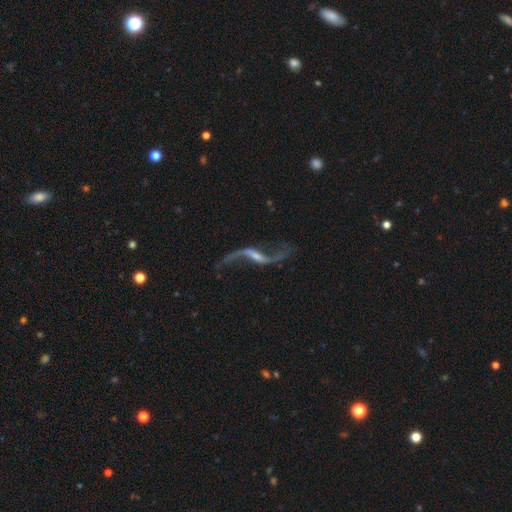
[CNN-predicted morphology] The model was most divided on "bar": weak: 39%, strong: 35%, no: 26%. More confident: spiral arms — yes (96%); spiral winding — loose (96%); spiral arm count — 2 (94%); smooth or featured — featured or disk (91%); edge-on disk — no (91%); merging — none (72%); bulge size — small (61%).